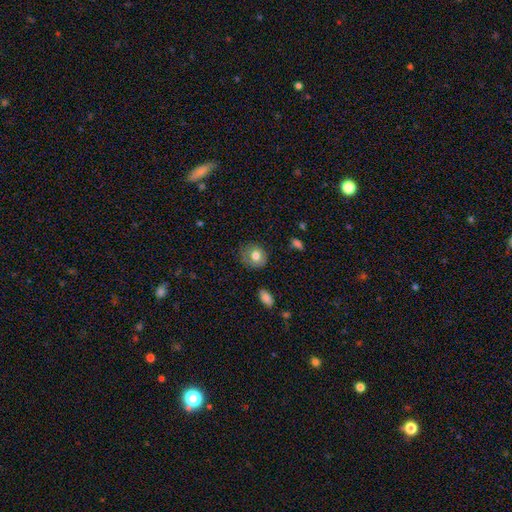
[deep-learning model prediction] smooth-or-featured: smooth: 75% | featured or disk: 17% | star or artifact: 9%
  how-rounded: round: 77% | in between: 23% | cigar-shaped: 1%
  merging: none: 75% | minor disturbance: 18% | major disturbance: 5% | merger: 2%